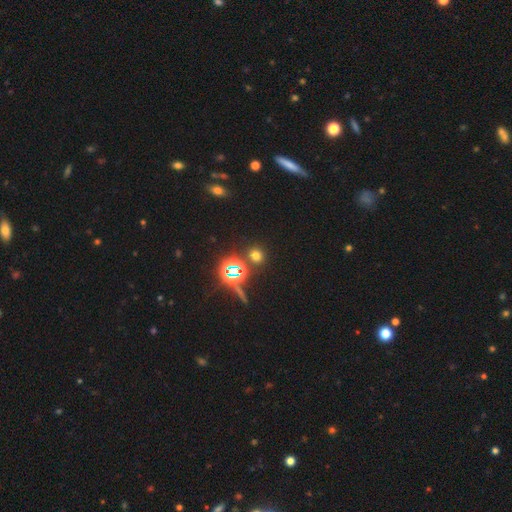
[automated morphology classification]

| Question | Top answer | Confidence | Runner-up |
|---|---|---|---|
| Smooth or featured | smooth | 59% | star or artifact (34%) |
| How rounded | round | 80% | in between (18%) |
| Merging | none | 84% | minor disturbance (7%) |